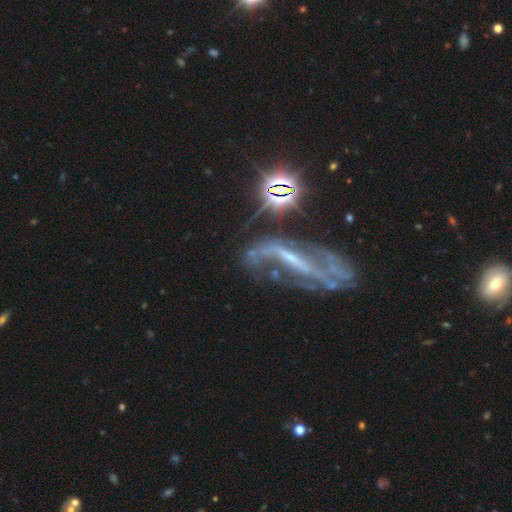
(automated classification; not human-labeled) Q: Smooth or featured?
A: featured or disk (78%); runner-up: star or artifact (14%)
Q: Edge-on disk?
A: no (84%); runner-up: yes (16%)
Q: Bar?
A: strong (48%); runner-up: weak (32%)
Q: Spiral arms?
A: yes (82%); runner-up: no (18%)
Q: Spiral winding?
A: loose (50%); runner-up: medium (34%)
Q: Spiral arm count?
A: 2 (62%); runner-up: can't tell (20%)
Q: Bulge size?
A: small (54%); runner-up: none (26%)
Q: Merging?
A: none (43%); runner-up: major disturbance (27%)